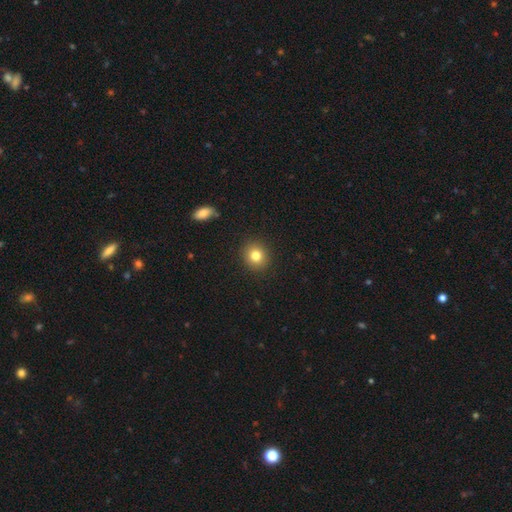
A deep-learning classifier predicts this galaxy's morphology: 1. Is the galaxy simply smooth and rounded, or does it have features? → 82% smooth, 11% star or artifact, 8% featured or disk.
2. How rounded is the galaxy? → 86% round, 13% in between, 1% cigar-shaped.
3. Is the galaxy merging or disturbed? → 91% none, 6% minor disturbance, 2% major disturbance, 1% merger.